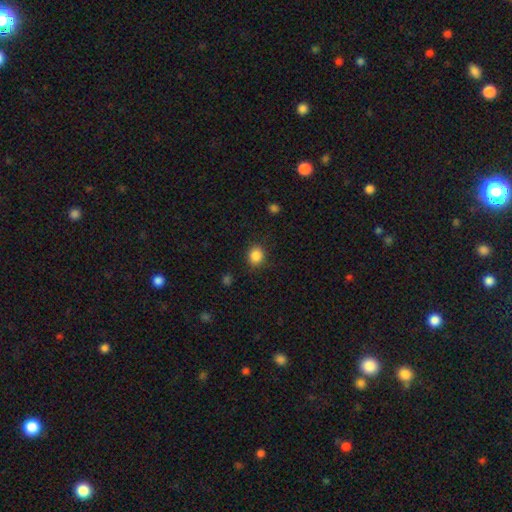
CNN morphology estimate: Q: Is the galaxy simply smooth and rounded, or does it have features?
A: smooth — 86%.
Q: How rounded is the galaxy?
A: round — 76%.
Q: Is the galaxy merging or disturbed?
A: none — 85%.